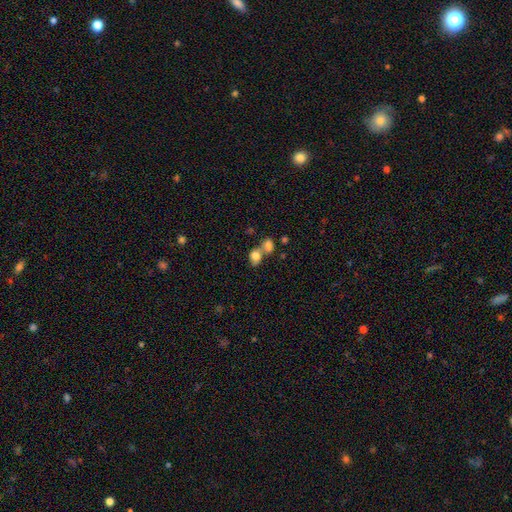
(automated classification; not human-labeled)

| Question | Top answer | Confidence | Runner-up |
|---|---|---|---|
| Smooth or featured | smooth | 79% | featured or disk (11%) |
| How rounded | in between | 62% | round (37%) |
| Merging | merger | 62% | none (26%) |